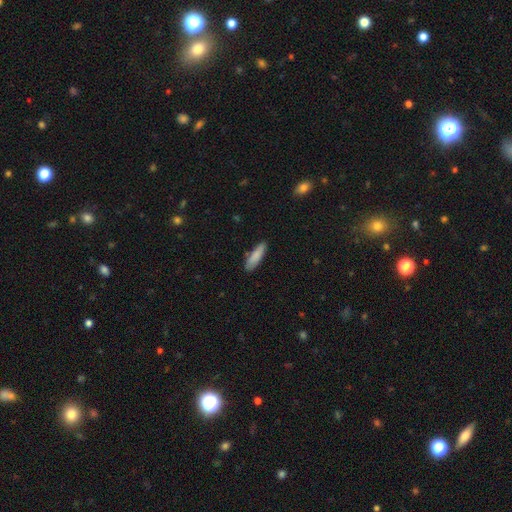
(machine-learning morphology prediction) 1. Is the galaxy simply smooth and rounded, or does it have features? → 85% smooth, 9% featured or disk, 6% star or artifact.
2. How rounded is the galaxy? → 61% cigar-shaped, 37% in between, 1% round.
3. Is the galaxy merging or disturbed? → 81% none, 14% minor disturbance, 2% major disturbance, 2% merger.